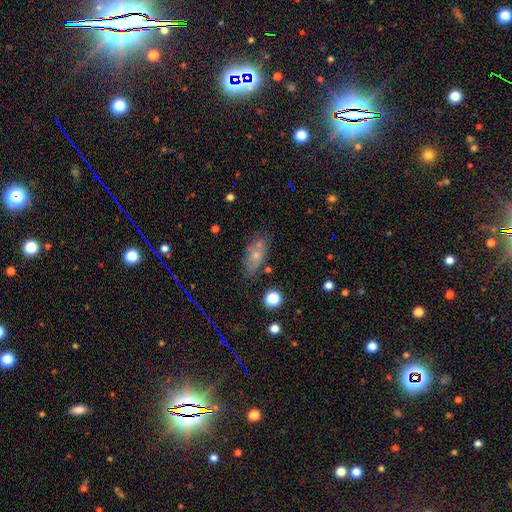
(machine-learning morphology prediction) Q: Smooth or featured?
A: smooth (46%); runner-up: featured or disk (30%)
Q: Merging?
A: none (71%); runner-up: minor disturbance (17%)